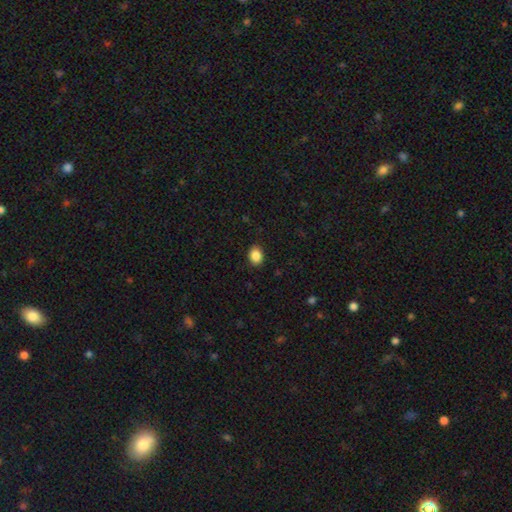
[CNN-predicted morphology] Smooth or featured?
  - smooth: 88% *
  - star or artifact: 9%
  - featured or disk: 3%
How rounded?
  - in between: 61% *
  - round: 38%
  - cigar-shaped: 1%
Merging?
  - none: 89% *
  - minor disturbance: 8%
  - major disturbance: 2%
  - merger: 1%